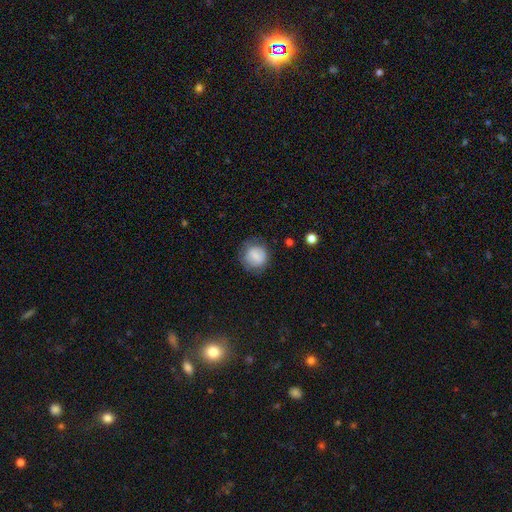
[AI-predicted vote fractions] smooth_or_featured: smooth (p=0.71) [alt: featured or disk p=0.21]
how_rounded: round (p=0.84) [alt: in between p=0.15]
merging: none (p=0.69) [alt: minor disturbance p=0.20]